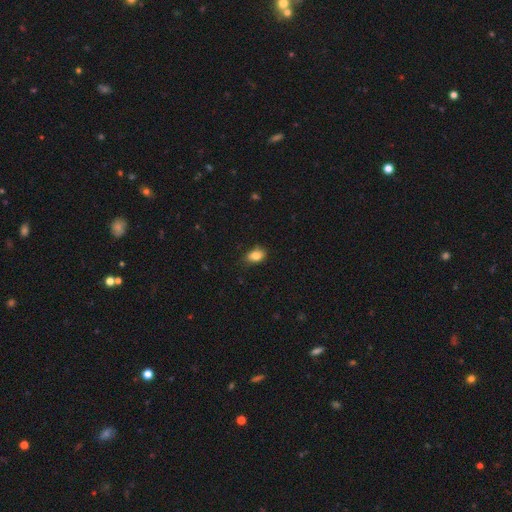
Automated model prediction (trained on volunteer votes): Morphology: type=smooth (85%); roundness=in between (82%); merging=none (77%).